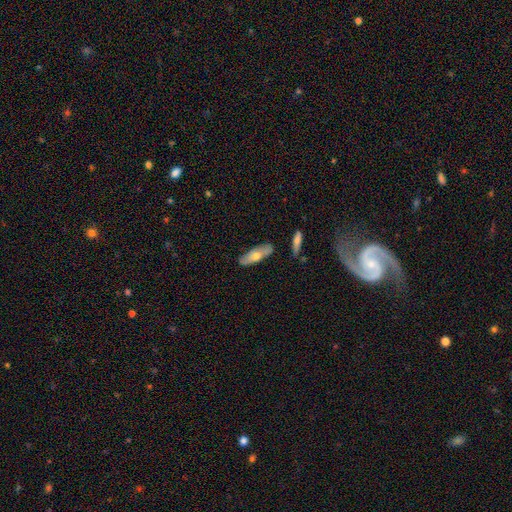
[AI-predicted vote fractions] This is possibly a smooth galaxy (56%). How rounded: possibly in between (59%). Merging: likely none (77%).